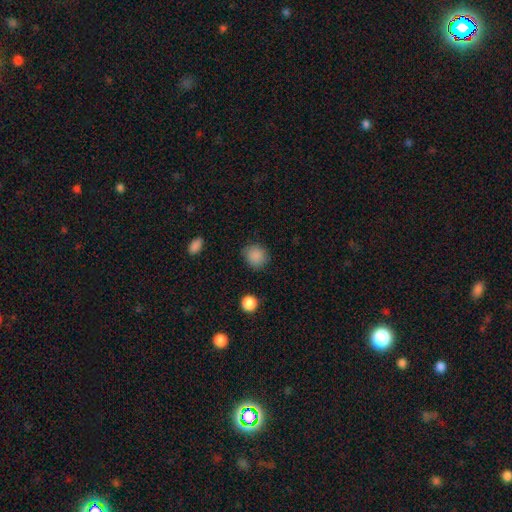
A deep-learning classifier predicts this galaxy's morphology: A smooth galaxy with no disk features (87%) that is round (85%). Merging: none (85%).